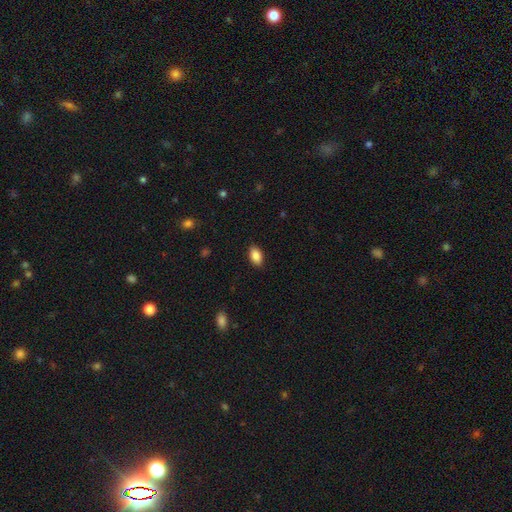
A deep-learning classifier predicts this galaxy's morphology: smooth-or-featured: smooth: 87% | star or artifact: 8% | featured or disk: 5%
  how-rounded: in between: 91% | round: 7% | cigar-shaped: 2%
  merging: none: 88% | minor disturbance: 9% | major disturbance: 2% | merger: 1%